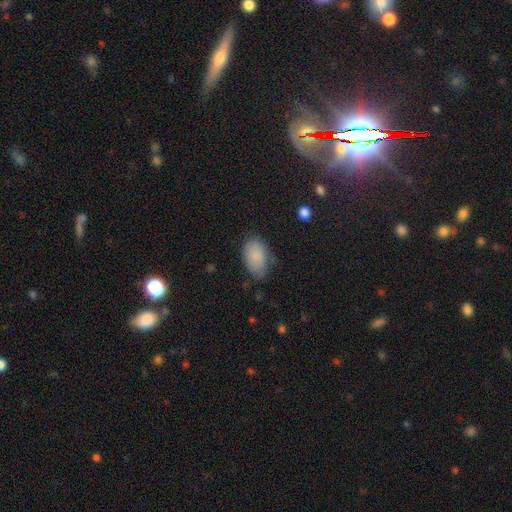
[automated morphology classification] The model was most divided on "merging": none: 67%, minor disturbance: 25%, major disturbance: 6%, merger: 2%. More confident: how rounded — in between (91%); smooth or featured — smooth (86%).